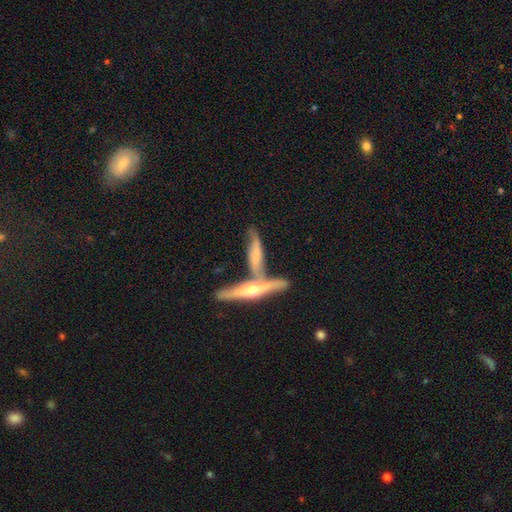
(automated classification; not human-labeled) The model was most divided on "merging": none: 42%, merger: 41%, minor disturbance: 13%, major disturbance: 5%. More confident: edge-on disk — yes (81%); edge-on bulge — rounded (78%); smooth or featured — featured or disk (62%).